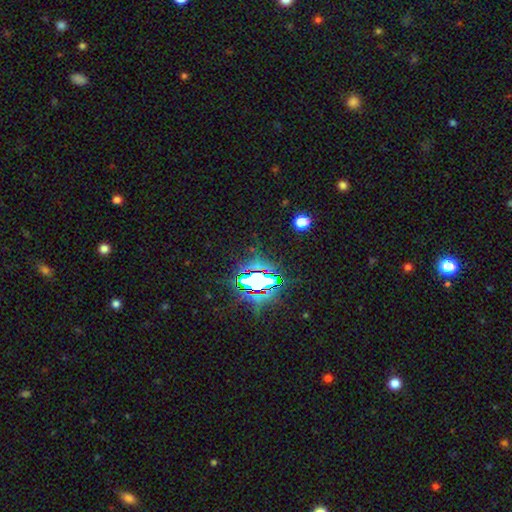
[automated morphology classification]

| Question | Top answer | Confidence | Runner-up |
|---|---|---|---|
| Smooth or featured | star or artifact | 81% | smooth (11%) |